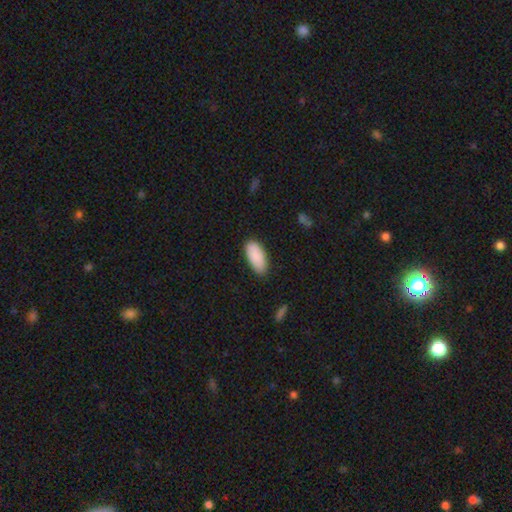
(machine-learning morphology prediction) Q: Smooth or featured?
A: smooth (88%); runner-up: star or artifact (6%)
Q: How rounded?
A: in between (91%); runner-up: cigar-shaped (8%)
Q: Merging?
A: none (84%); runner-up: minor disturbance (13%)